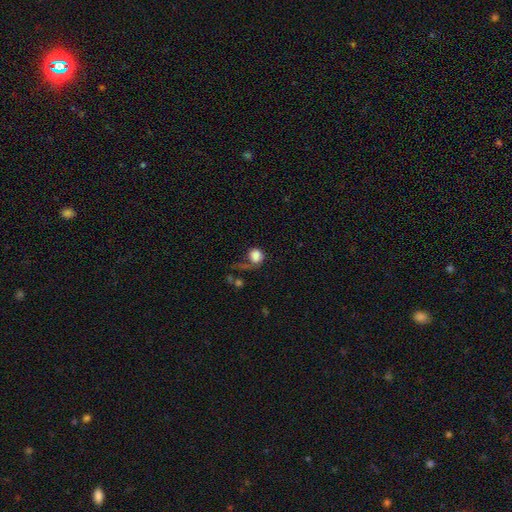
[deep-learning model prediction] Overall: smooth (81%). How rounded: round (79%). Merging: none (38%; major disturbance 32%).